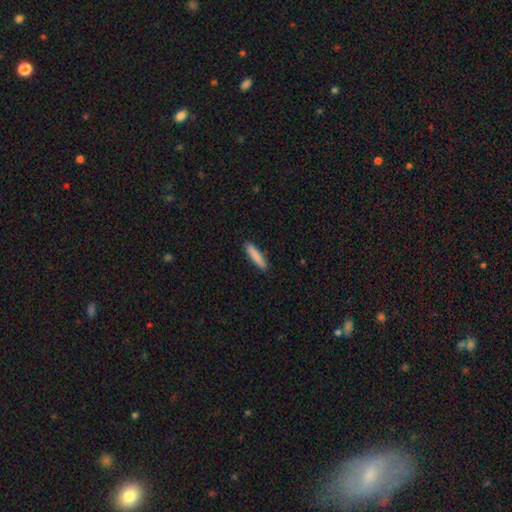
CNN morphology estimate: type=smooth (86%); roundness=cigar-shaped (86%); merging=none (89%).